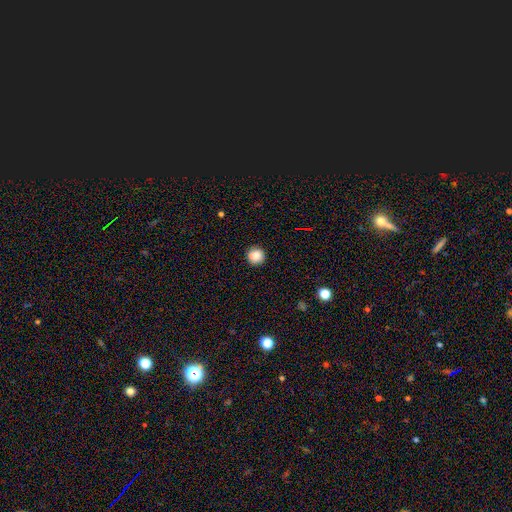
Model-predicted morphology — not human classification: Smooth or featured: smooth — 86% (star or artifact — 10%)
How rounded: round — 93% (in between — 6%)
Merging: none — 90% (minor disturbance — 7%)